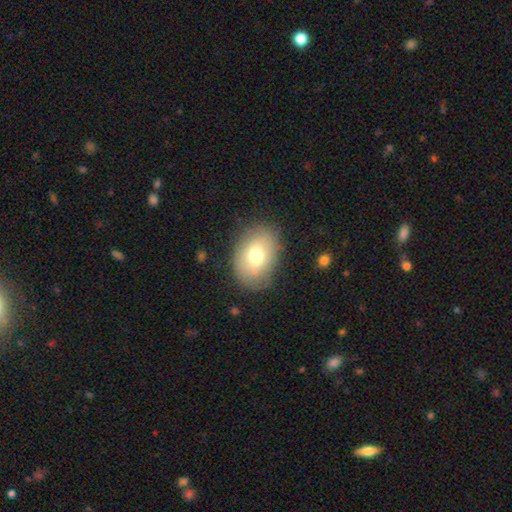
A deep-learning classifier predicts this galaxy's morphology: type=smooth (70%); roundness=in between (73%); merging=none (79%).